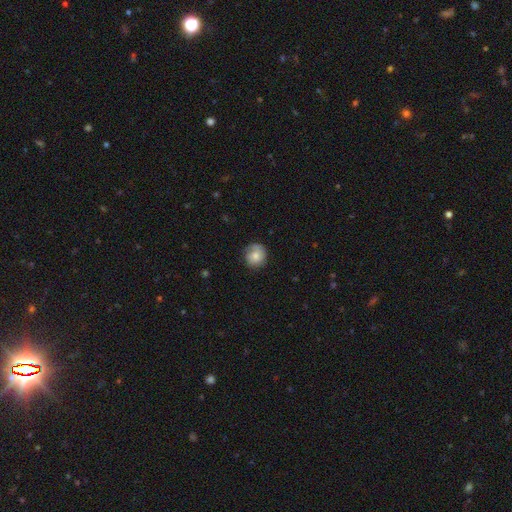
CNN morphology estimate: Q: Smooth or featured?
A: smooth (62%); runner-up: featured or disk (31%)
Q: How rounded?
A: round (86%); runner-up: in between (13%)
Q: Merging?
A: none (70%); runner-up: minor disturbance (21%)